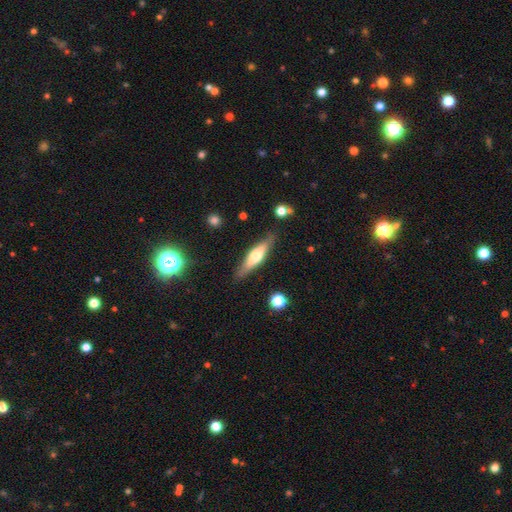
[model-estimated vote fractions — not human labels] Smooth or featured: featured or disk — 51% (smooth — 43%)
Edge-on disk: yes — 91% (no — 9%)
Merging: none — 84% (minor disturbance — 11%)